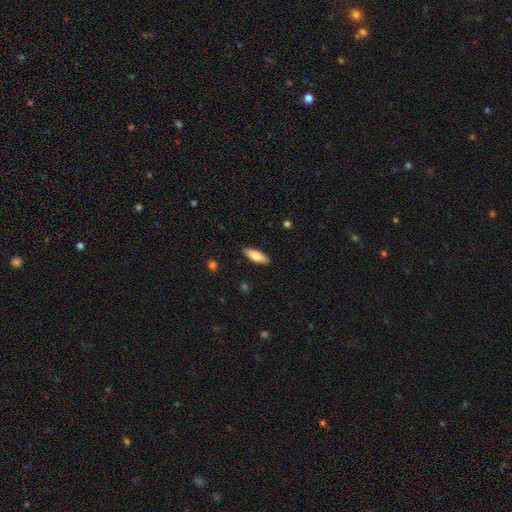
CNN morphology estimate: Smooth or featured?
  - smooth: 77% *
  - featured or disk: 17%
  - star or artifact: 6%
How rounded?
  - in between: 64% *
  - cigar-shaped: 34%
  - round: 2%
Merging?
  - none: 89% *
  - minor disturbance: 8%
  - major disturbance: 2%
  - merger: 1%